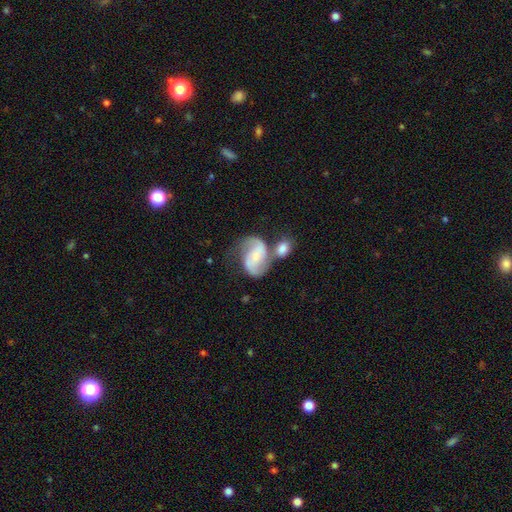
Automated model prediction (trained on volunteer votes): The model was most divided on "bar": weak: 41%, no: 40%, strong: 19%. Remaining: edge-on disk — no (98%); spiral arms — yes (94%); spiral arm count — 2 (90%); smooth or featured — featured or disk (79%); bulge size — small (52%); spiral winding — medium (47%); merging — merger (39%).